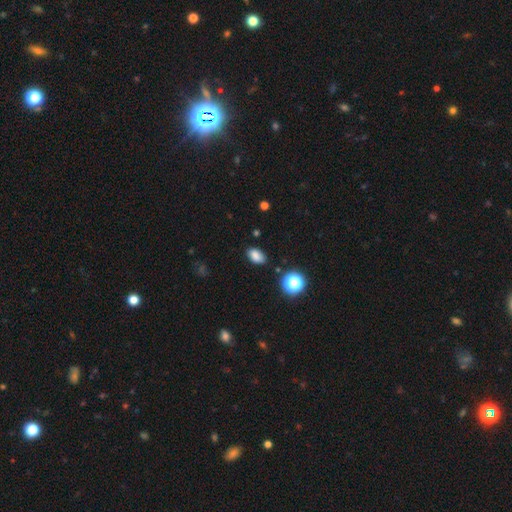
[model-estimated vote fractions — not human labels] smooth_or_featured: smooth (p=0.83) [alt: star or artifact p=0.12]
how_rounded: in between (p=0.88) [alt: round p=0.11]
merging: none (p=0.83) [alt: minor disturbance p=0.12]